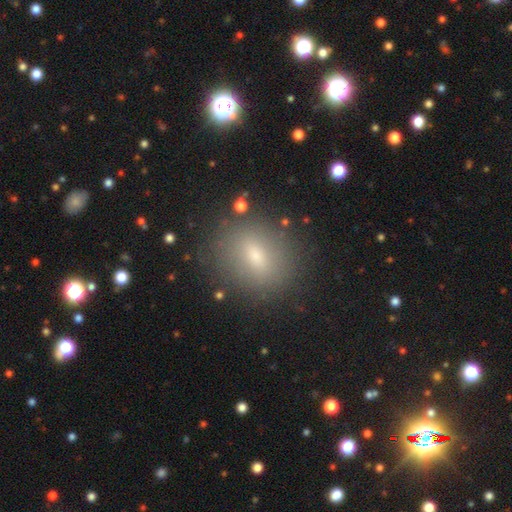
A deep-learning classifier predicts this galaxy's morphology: smooth-or-featured: smooth: 67% | featured or disk: 19% | star or artifact: 14%
  how-rounded: in between: 50% | round: 47% | cigar-shaped: 4%
  merging: none: 83% | minor disturbance: 11% | major disturbance: 4% | merger: 2%